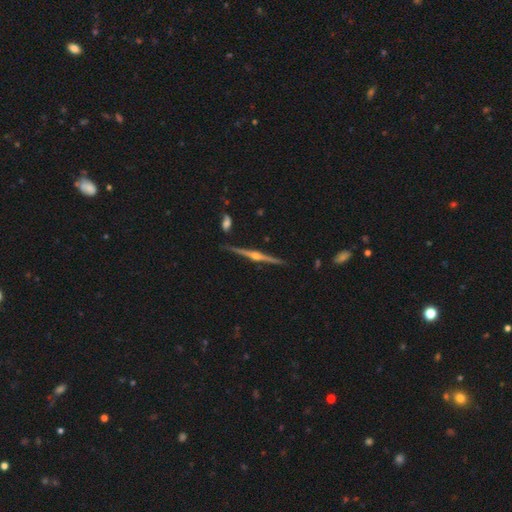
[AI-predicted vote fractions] Overall: featured or disk (89%). Edge-on disk: yes (99%). Edge-on bulge: rounded (94%). Merging: none (90%).